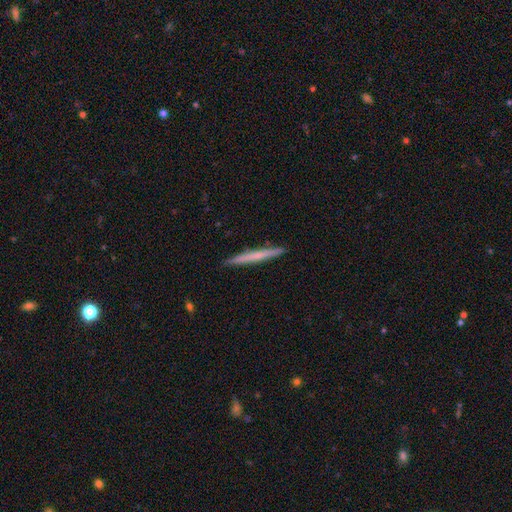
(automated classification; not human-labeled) smooth 54%, featured or disk 41%, star or artifact 6%. Down the decision tree: how rounded — cigar-shaped (97%); merging — none (92%).